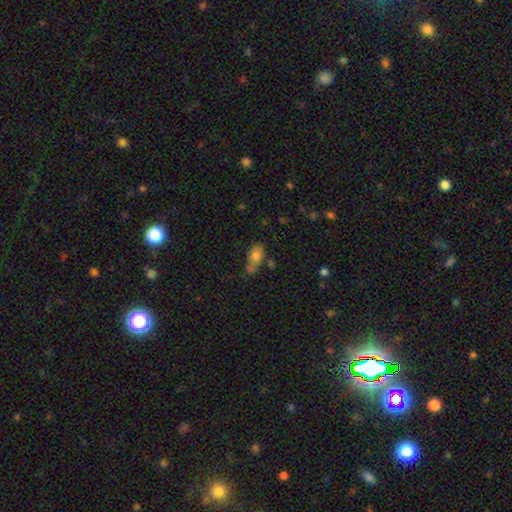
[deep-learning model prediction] smooth 75%, featured or disk 15%, star or artifact 10%. Down the decision tree: how rounded — in between (82%); merging — none (40%).